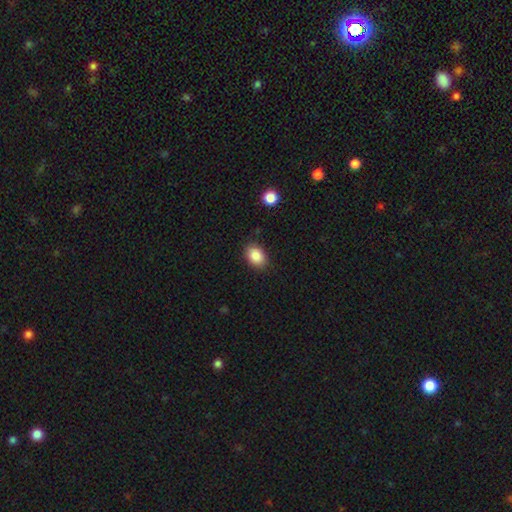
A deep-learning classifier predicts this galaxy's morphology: Smooth or featured? smooth (87%)
How rounded? in between (77%)
Merging? none (86%)